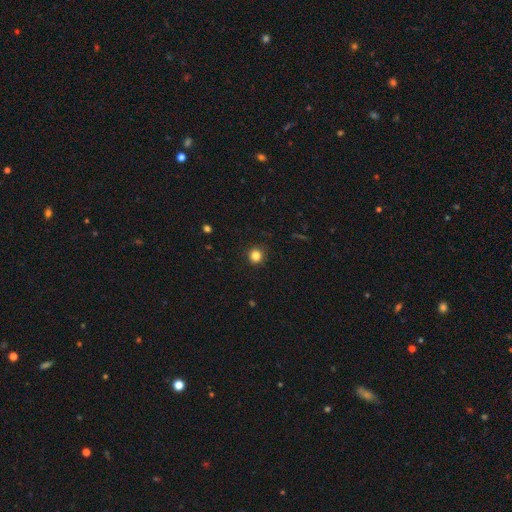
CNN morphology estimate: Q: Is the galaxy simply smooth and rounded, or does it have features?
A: smooth — 83%.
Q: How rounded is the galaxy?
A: round — 93%.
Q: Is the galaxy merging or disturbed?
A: none — 90%.